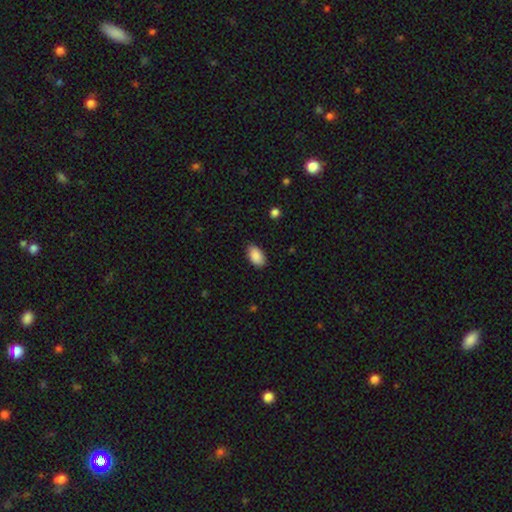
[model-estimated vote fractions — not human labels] Smooth or featured?
  - smooth: 89% *
  - star or artifact: 7%
  - featured or disk: 4%
How rounded?
  - in between: 94% *
  - round: 5%
  - cigar-shaped: 2%
Merging?
  - none: 84% *
  - minor disturbance: 13%
  - major disturbance: 2%
  - merger: 1%